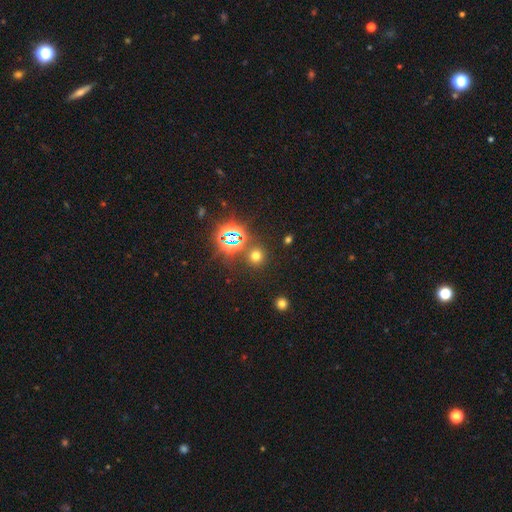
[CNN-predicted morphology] The model was most divided on "smooth or featured": smooth: 59%, star or artifact: 34%, featured or disk: 7%. More confident: how rounded — round (88%); merging — none (84%).